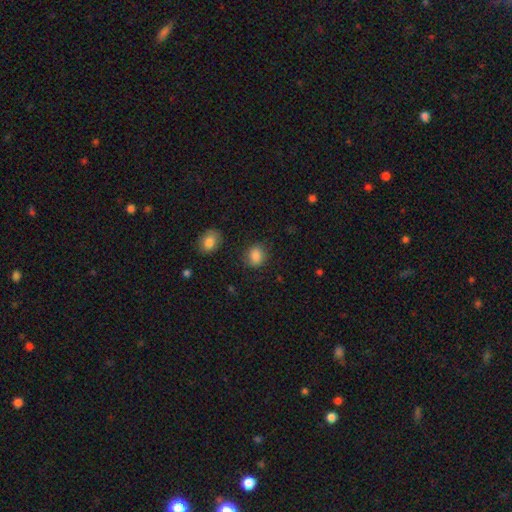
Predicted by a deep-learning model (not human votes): A smooth galaxy with no disk features (87%) that is round (57%). Merging: none (78%).